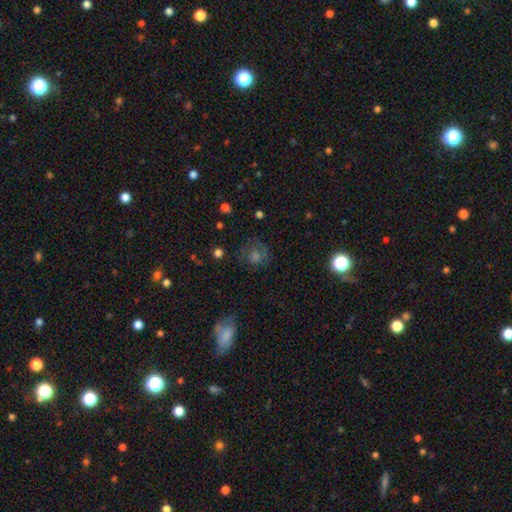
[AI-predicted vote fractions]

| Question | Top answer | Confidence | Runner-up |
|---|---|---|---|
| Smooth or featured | smooth | 41% | star or artifact (31%) |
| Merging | none | 73% | minor disturbance (16%) |